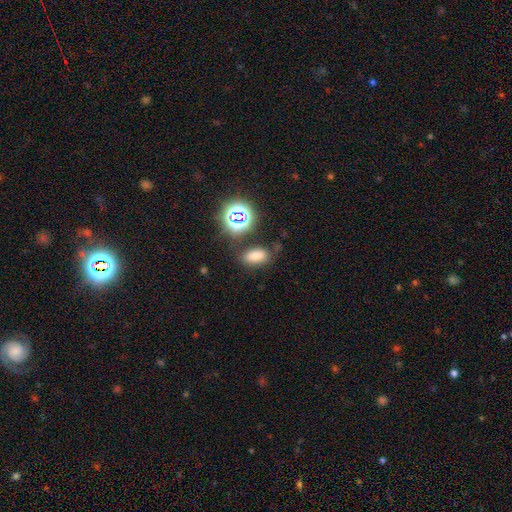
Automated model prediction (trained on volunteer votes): This appears to be a smooth galaxy with no disk features (71%) that is in between round and cigar-shaped (86%). Merging: none (76%).